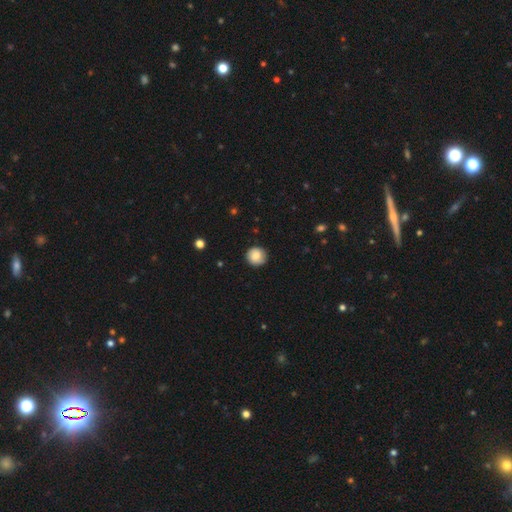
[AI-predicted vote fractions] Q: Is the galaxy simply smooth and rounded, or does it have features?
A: smooth — 83%.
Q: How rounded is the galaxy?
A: round — 93%.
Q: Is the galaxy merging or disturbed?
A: none — 86%.